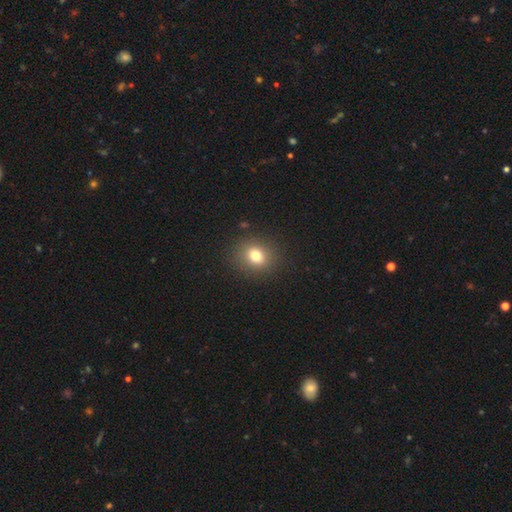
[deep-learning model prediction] smooth_or_featured: smooth (p=0.77) [alt: star or artifact p=0.13]
how_rounded: round (p=0.67) [alt: in between p=0.32]
merging: none (p=0.88) [alt: minor disturbance p=0.08]